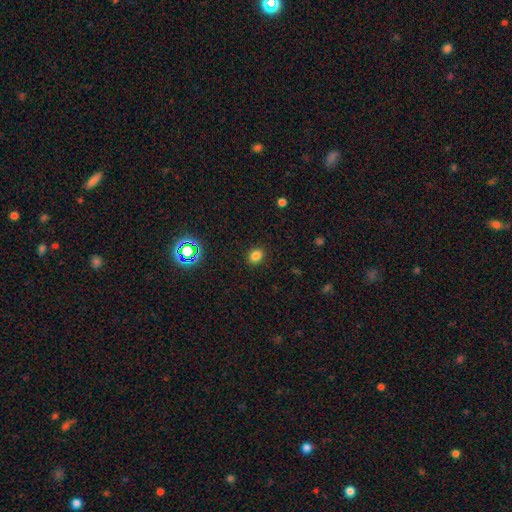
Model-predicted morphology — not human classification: smooth_or_featured: smooth (p=0.79) [alt: star or artifact p=0.16]
how_rounded: in between (p=0.57) [alt: round p=0.42]
merging: none (p=0.89) [alt: minor disturbance p=0.08]